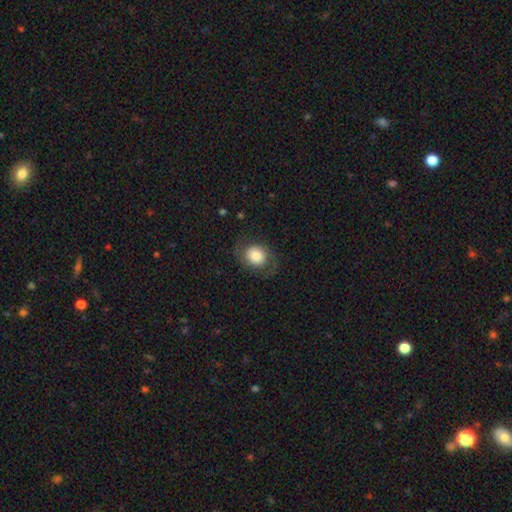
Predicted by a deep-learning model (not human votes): A smooth galaxy with no disk features (59%) that is round (62%). Merging: none (72%).